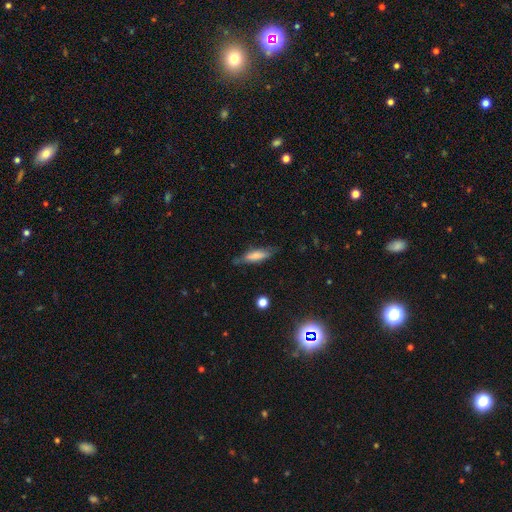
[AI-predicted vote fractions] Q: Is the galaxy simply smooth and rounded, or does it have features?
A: smooth — 61%.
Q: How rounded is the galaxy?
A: cigar-shaped — 65%.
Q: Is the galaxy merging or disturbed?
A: none — 73%.